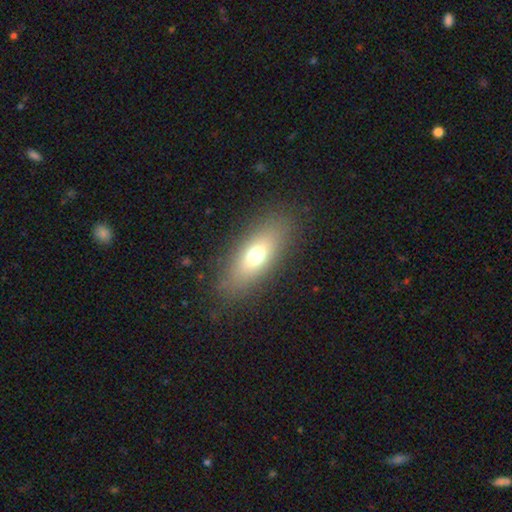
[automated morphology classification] This is likely a smooth galaxy (66%). How rounded: likely in between (75%). Merging: clearly none (84%).